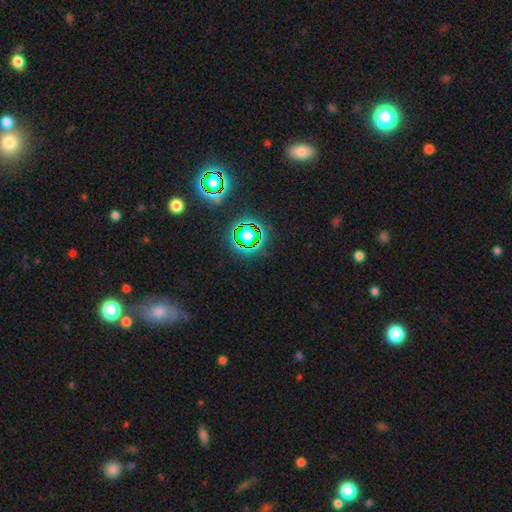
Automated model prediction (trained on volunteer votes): Q: Smooth or featured?
A: star or artifact (69%); runner-up: smooth (19%)